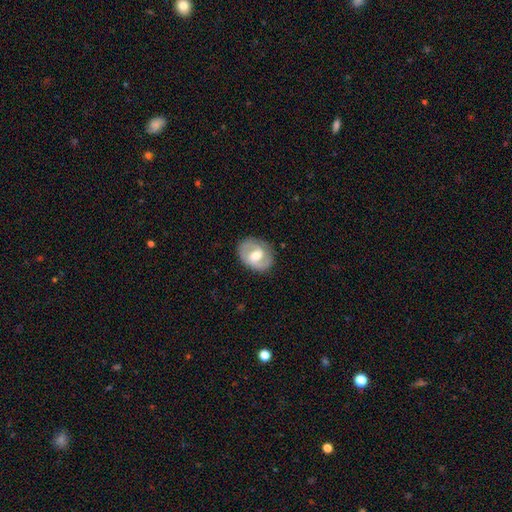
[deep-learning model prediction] Overall: featured or disk (66%; smooth 29%). Edge-on disk: no (96%). Bar: weak (51%; no 30%). Spiral arms: yes (76%). Bulge size: moderate (69%). Merging: none (80%).